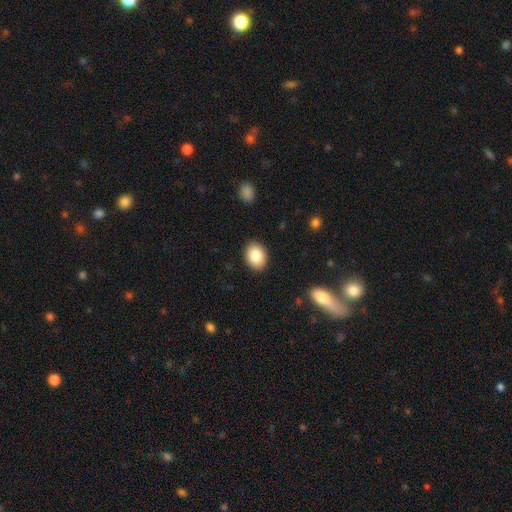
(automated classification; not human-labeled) smooth-or-featured: smooth: 86% | star or artifact: 7% | featured or disk: 6%
  how-rounded: in between: 74% | round: 25% | cigar-shaped: 1%
  merging: none: 89% | minor disturbance: 8% | major disturbance: 2% | merger: 1%